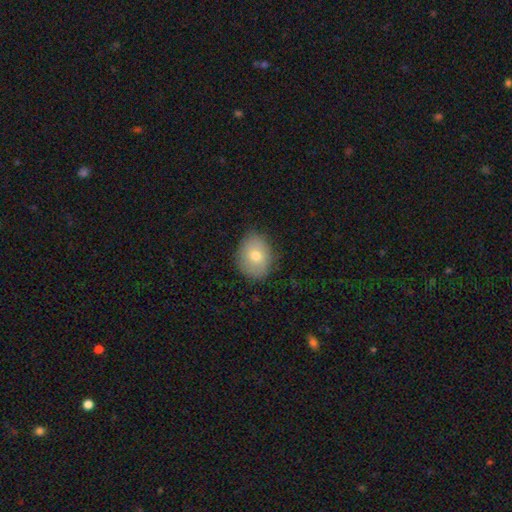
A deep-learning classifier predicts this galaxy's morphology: This appears to be a smooth galaxy with no disk features (71%) that is round (51%). Merging: none (82%).